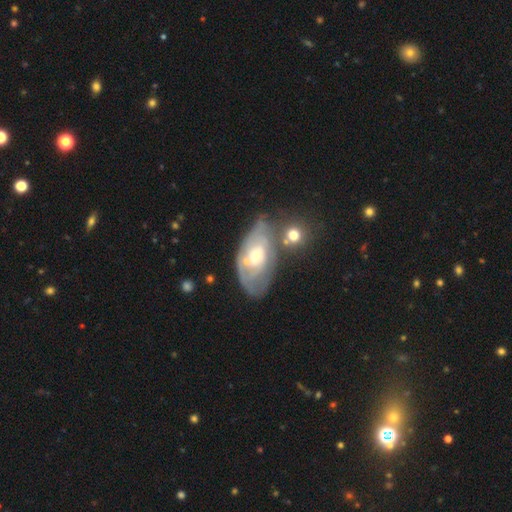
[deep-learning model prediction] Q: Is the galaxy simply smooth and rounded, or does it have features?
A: featured or disk — 66%.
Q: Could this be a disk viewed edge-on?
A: no — 93%.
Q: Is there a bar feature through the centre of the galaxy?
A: no — 74%.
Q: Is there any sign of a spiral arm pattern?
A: yes — 63%.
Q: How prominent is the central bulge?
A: moderate — 48%.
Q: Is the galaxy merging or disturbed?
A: none — 43%.